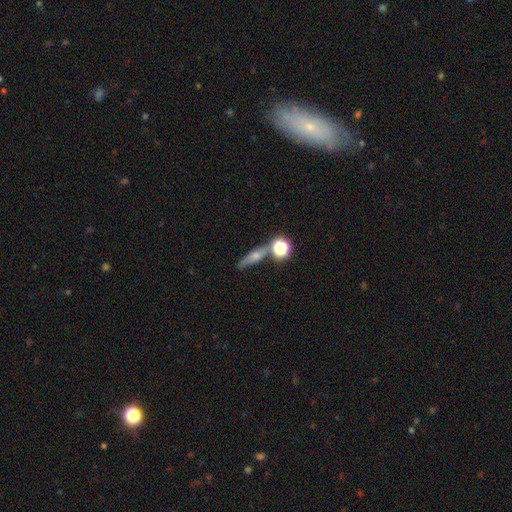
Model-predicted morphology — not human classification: This is possibly a smooth galaxy (51%). How rounded: possibly cigar-shaped (53%). Merging: likely none (62%).